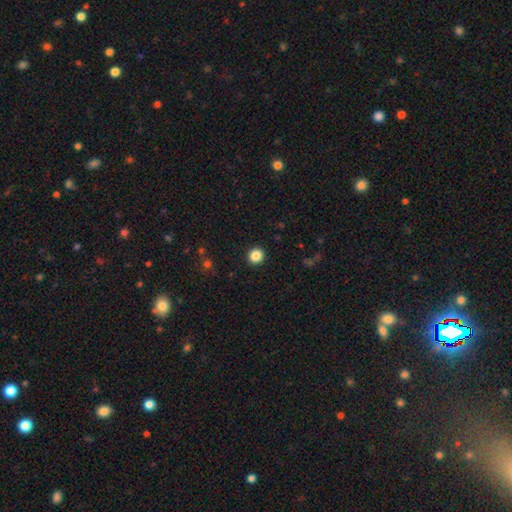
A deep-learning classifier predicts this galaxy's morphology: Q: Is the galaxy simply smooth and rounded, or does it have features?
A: smooth — 86%.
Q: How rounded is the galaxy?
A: round — 92%.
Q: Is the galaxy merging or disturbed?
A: none — 93%.